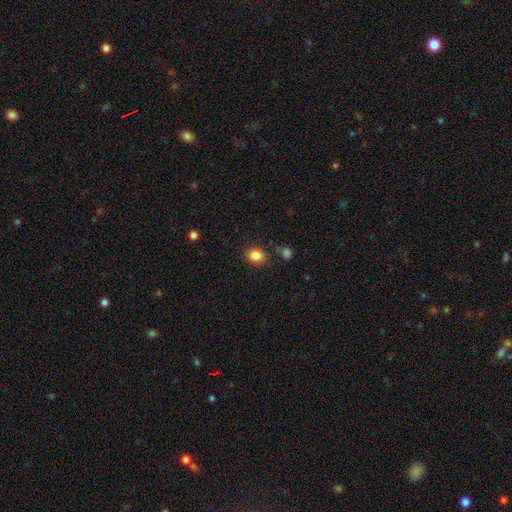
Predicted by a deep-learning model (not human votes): smooth_or_featured: smooth (p=0.85) [alt: star or artifact p=0.10]
how_rounded: round (p=0.67) [alt: in between p=0.33]
merging: none (p=0.83) [alt: minor disturbance p=0.10]